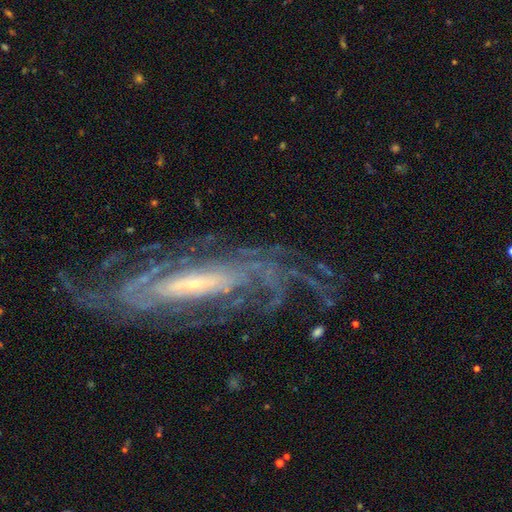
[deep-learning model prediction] Smooth or featured?
  - featured or disk: 88% *
  - star or artifact: 7%
  - smooth: 6%
Edge-on disk?
  - no: 86% *
  - yes: 14%
Bar?
  - no: 48% *
  - weak: 28%
  - strong: 24%
Spiral arms?
  - yes: 96% *
  - no: 4%
Spiral winding?
  - tight: 68% *
  - medium: 25%
  - loose: 7%
Spiral arm count?
  - can't tell: 32% *
  - more than 4: 23%
  - 4: 17%
  - 3: 11%
  - 2: 10%
  - 1: 7%
Bulge size?
  - small: 77% *
  - moderate: 16%
  - large: 3%
  - none: 3%
  - dominant: 2%
Merging?
  - none: 73% *
  - minor disturbance: 15%
  - major disturbance: 10%
  - merger: 2%